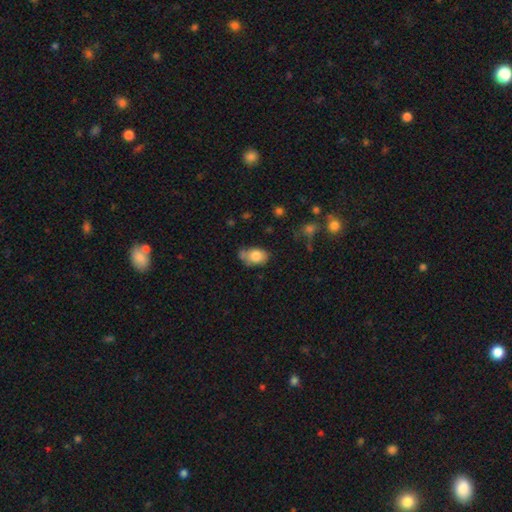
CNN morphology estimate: A smooth galaxy with no disk features (78%) that is in between round and cigar-shaped (82%). Merging: none (49%).